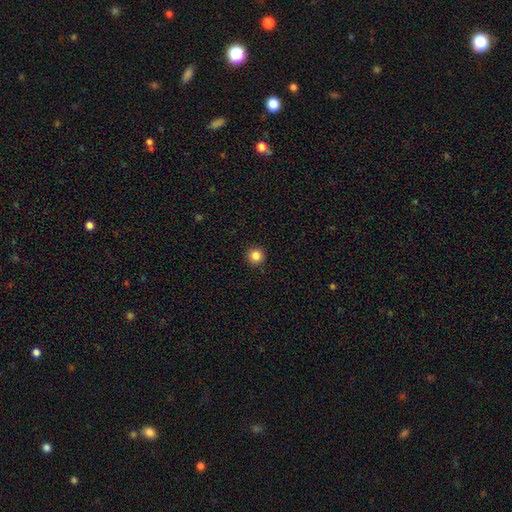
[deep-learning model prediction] Morphology: type=smooth (85%); roundness=round (96%); merging=none (93%).